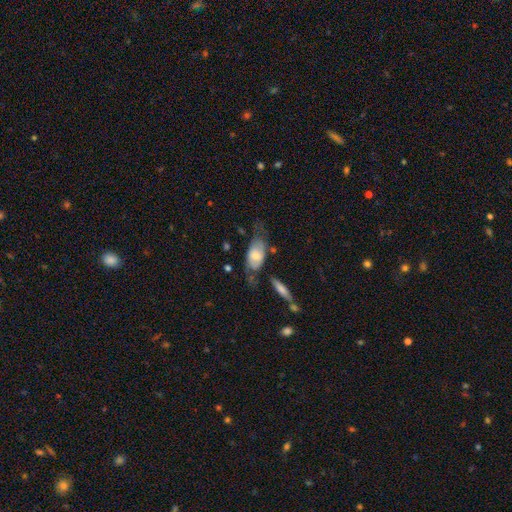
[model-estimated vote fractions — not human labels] Smooth or featured: smooth — 51% (featured or disk — 42%)
How rounded: in between — 86% (cigar-shaped — 9%)
Merging: none — 44% (minor disturbance — 26%)